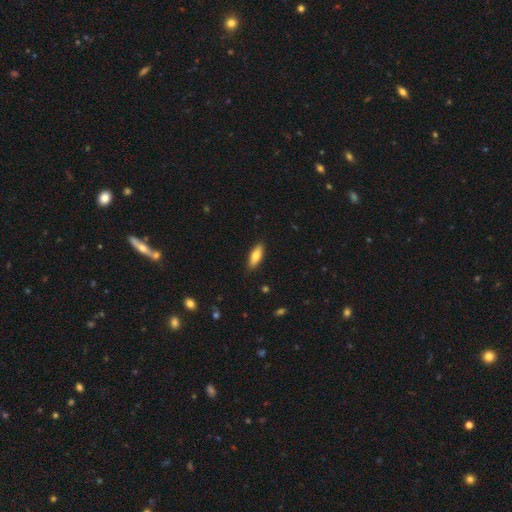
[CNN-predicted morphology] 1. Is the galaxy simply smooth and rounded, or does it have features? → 77% smooth, 17% featured or disk, 6% star or artifact.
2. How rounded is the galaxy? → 62% in between, 36% cigar-shaped, 2% round.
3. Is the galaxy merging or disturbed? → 89% none, 9% minor disturbance, 2% major disturbance, 1% merger.